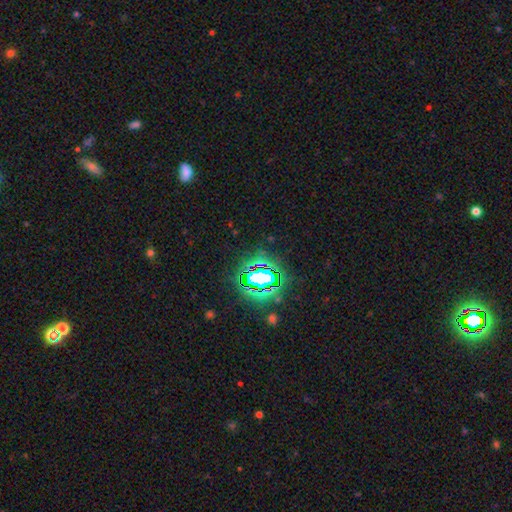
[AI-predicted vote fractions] Smooth or featured: star or artifact — 81% (smooth — 11%)